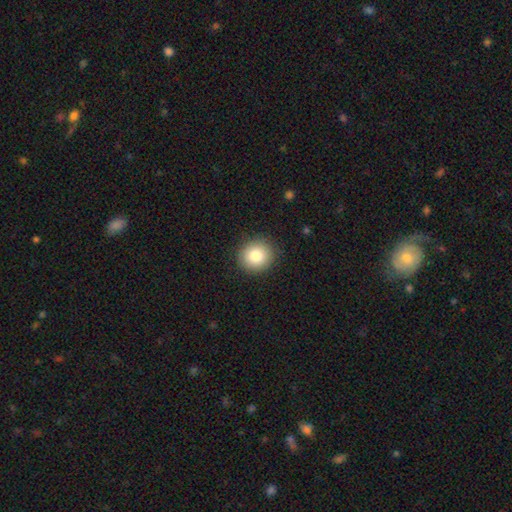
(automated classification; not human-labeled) Smooth or featured? Predicted: smooth (p=0.82). How rounded? Predicted: round (p=0.86). Merging? Predicted: none (p=0.90).